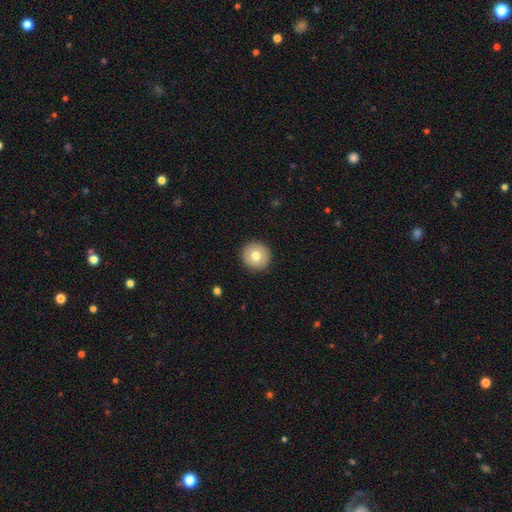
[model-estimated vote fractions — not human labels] Smooth or featured: smooth — 74% (featured or disk — 18%)
How rounded: round — 95% (in between — 4%)
Merging: none — 92% (minor disturbance — 5%)